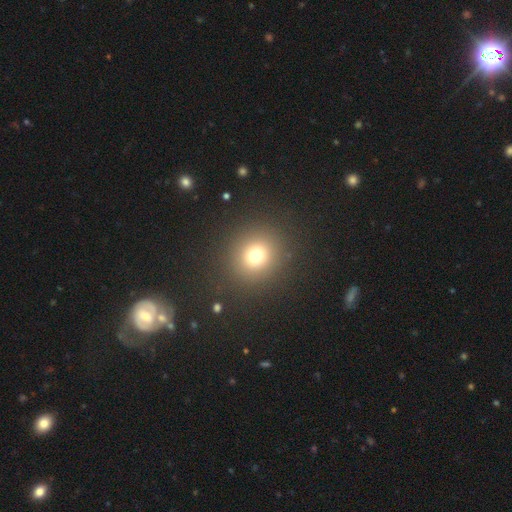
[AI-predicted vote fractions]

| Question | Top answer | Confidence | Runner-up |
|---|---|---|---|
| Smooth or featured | smooth | 72% | star or artifact (19%) |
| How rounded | round | 87% | in between (12%) |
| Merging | none | 88% | minor disturbance (6%) |